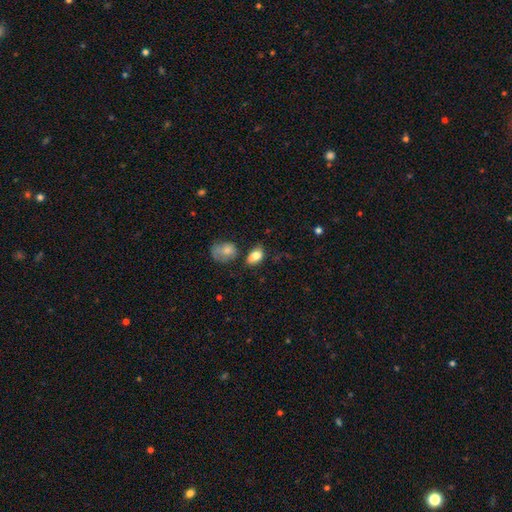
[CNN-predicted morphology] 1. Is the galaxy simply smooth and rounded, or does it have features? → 80% smooth, 11% featured or disk, 8% star or artifact.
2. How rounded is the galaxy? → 86% in between, 12% round, 2% cigar-shaped.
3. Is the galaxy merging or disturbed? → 59% none, 23% minor disturbance, 10% merger, 8% major disturbance.